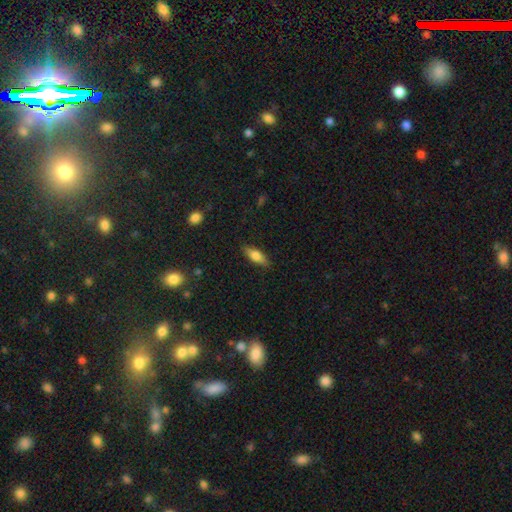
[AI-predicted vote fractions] Smooth or featured: smooth — 67% (featured or disk — 26%)
How rounded: in between — 62% (cigar-shaped — 36%)
Merging: none — 85% (minor disturbance — 11%)